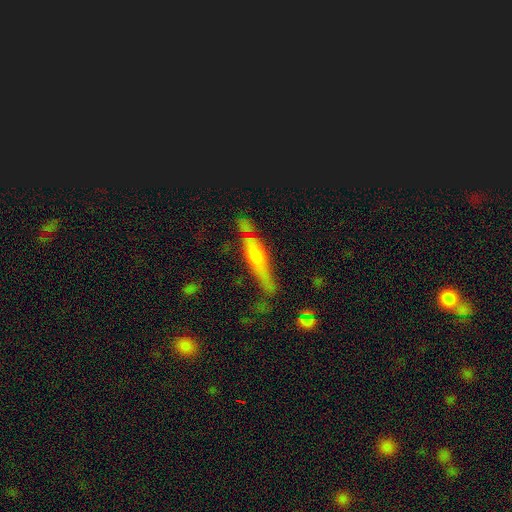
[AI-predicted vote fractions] Overall: smooth (56%; featured or disk 32%). How rounded: cigar-shaped (79%). Merging: none (43%; minor disturbance 26%).